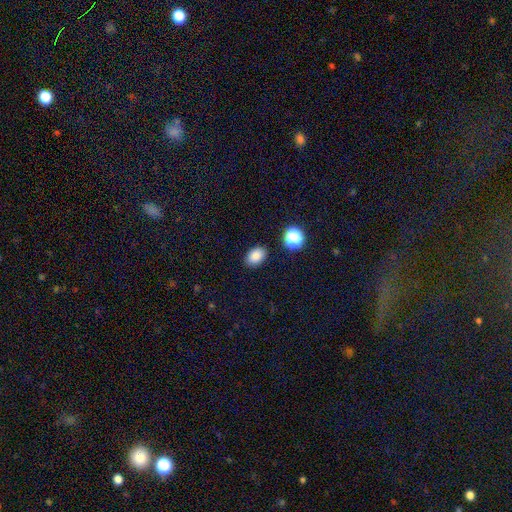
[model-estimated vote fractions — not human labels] smooth_or_featured: smooth (p=0.84) [alt: star or artifact p=0.11]
how_rounded: in between (p=0.80) [alt: round p=0.19]
merging: none (p=0.86) [alt: minor disturbance p=0.09]